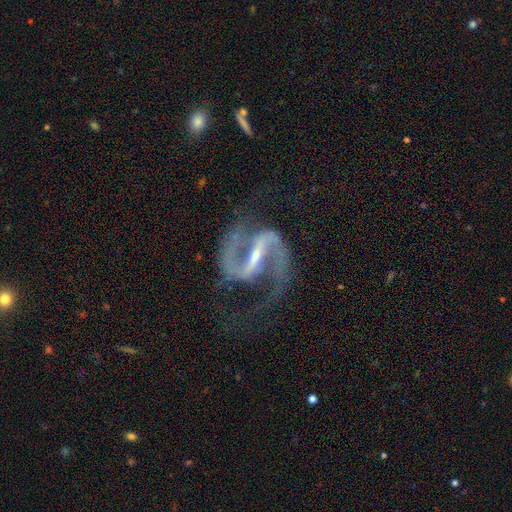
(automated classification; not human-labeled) Overall: featured or disk (94%). Edge-on disk: no (98%). Bar: strong (74%). Spiral arms: yes (98%). Spiral arm count: 2 (94%). Spiral winding: medium (60%; loose 29%). Bulge size: small (63%; moderate 28%). Merging: none (68%).